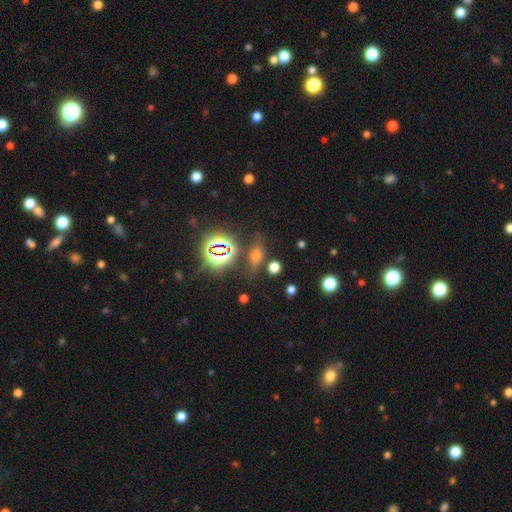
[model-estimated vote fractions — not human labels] Smooth or featured: smooth — 48% (star or artifact — 38%)
Merging: none — 75% (minor disturbance — 13%)